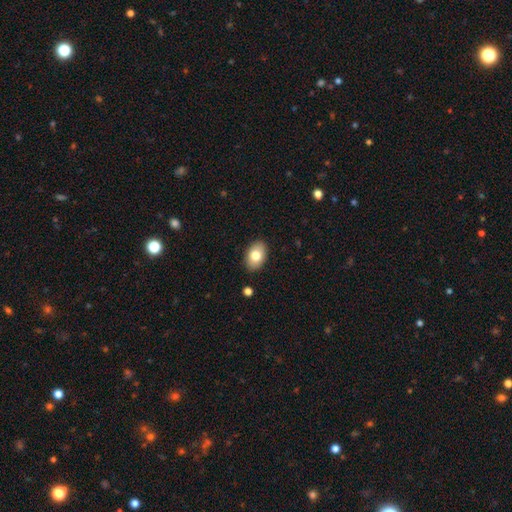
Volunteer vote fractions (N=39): This is likely a smooth galaxy (74%). How rounded: clearly in between (93%). Merging: likely none (77%).